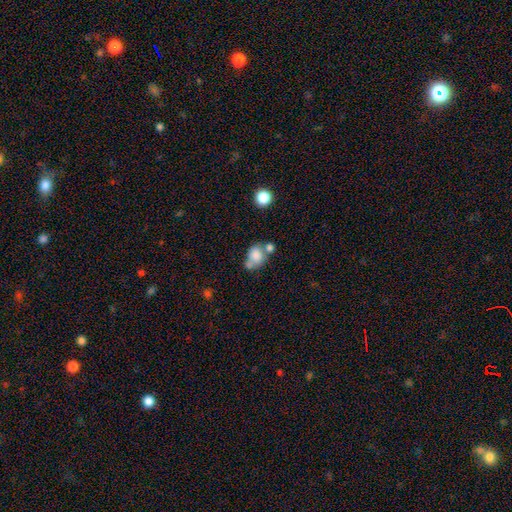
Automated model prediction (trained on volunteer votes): smooth_or_featured: smooth (p=0.74) [alt: featured or disk p=0.16]
how_rounded: in between (p=0.59) [alt: round p=0.40]
merging: merger (p=0.41) [alt: none p=0.34]